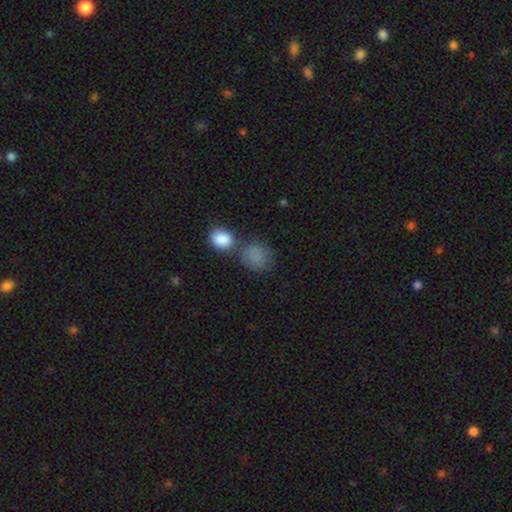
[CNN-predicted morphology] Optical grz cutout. It shows a smooth galaxy with no disk features (84%) that is round (69%). Merging: none (54%).